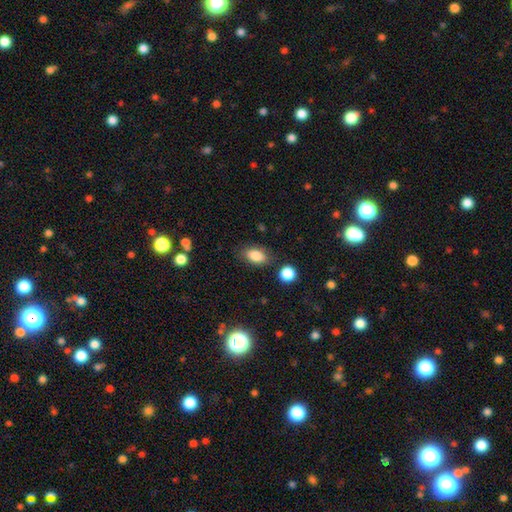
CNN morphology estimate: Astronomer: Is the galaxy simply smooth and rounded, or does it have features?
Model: smooth — 84%.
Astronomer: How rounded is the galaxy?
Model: in between — 88%.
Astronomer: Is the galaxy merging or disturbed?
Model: none — 79%.